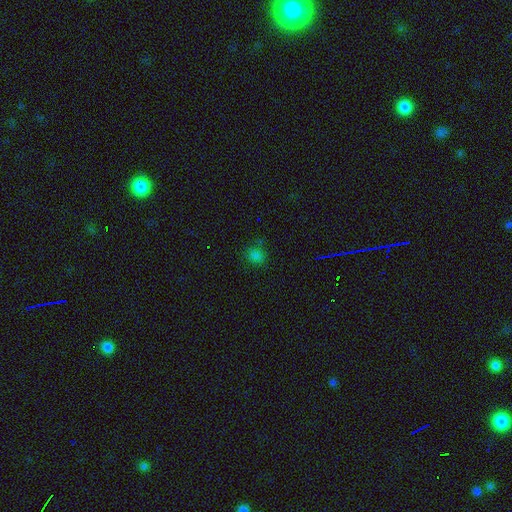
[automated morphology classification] type=smooth (74%); roundness=round (81%); merging=none (77%).